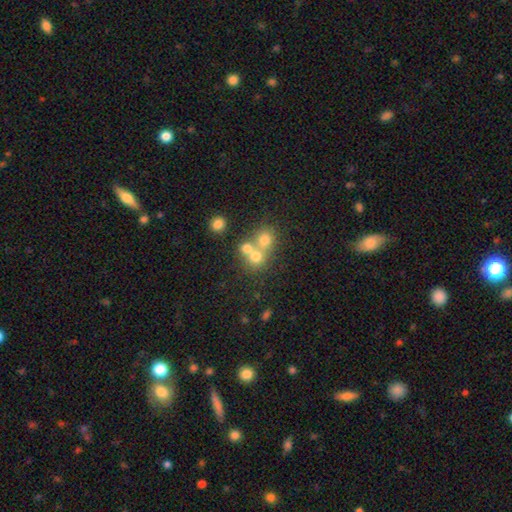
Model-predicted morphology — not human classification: smooth-or-featured: smooth: 66% | featured or disk: 20% | star or artifact: 15%
  how-rounded: round: 83% | in between: 16% | cigar-shaped: 1%
  merging: merger: 53% | none: 37% | minor disturbance: 6% | major disturbance: 3%